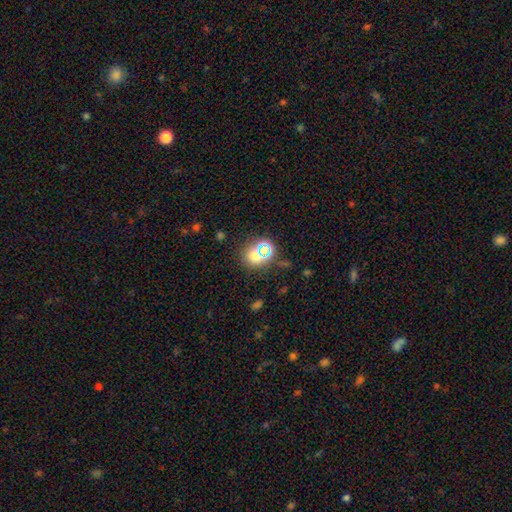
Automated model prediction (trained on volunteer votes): This appears to be a smooth galaxy with no disk features (51%) that is round (77%). Merging: none (72%).